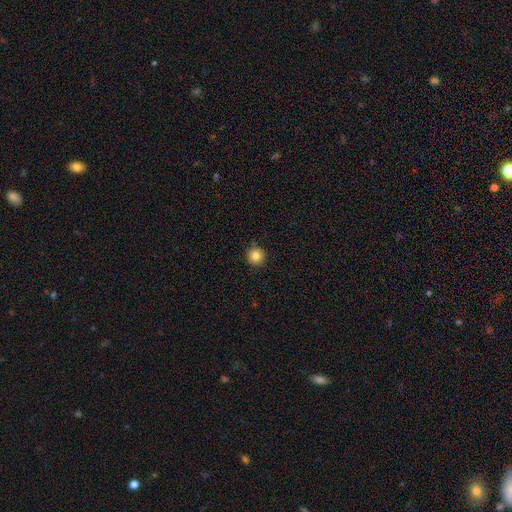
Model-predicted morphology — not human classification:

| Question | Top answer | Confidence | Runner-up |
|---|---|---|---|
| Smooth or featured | smooth | 84% | star or artifact (11%) |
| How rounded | round | 95% | in between (4%) |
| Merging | none | 91% | minor disturbance (7%) |